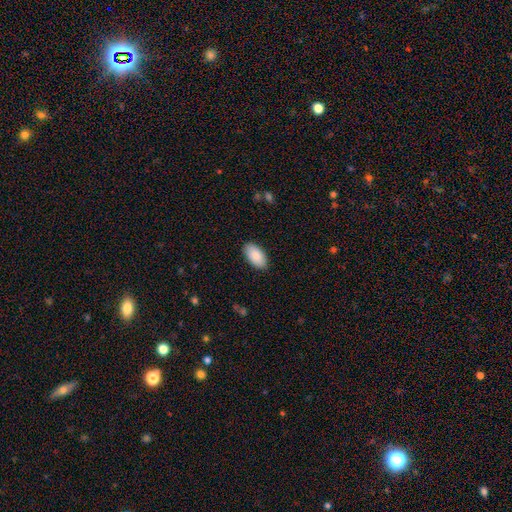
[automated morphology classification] type=smooth (89%); roundness=in between (96%); merging=none (88%).